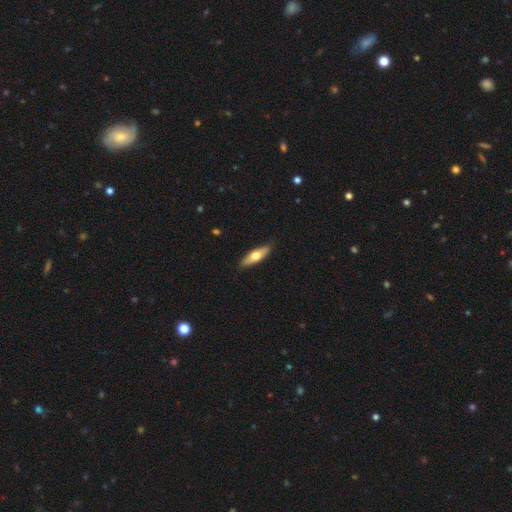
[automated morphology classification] The model was most divided on "how rounded": cigar-shaped: 49%, in between: 48%, round: 2%. More confident: merging — none (87%); smooth or featured — smooth (62%).